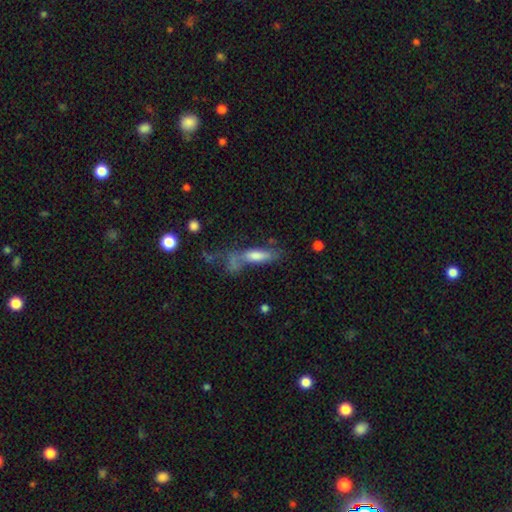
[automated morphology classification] type=smooth (62%); roundness=cigar-shaped (58%); merging=none (37%).